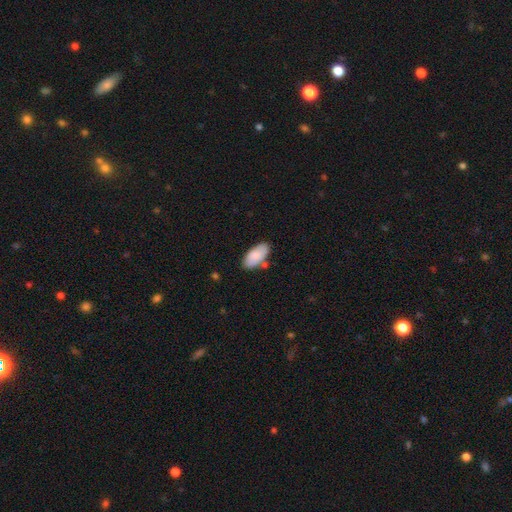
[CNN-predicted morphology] Smooth or featured? smooth (82%)
How rounded? in between (93%)
Merging? none (75%)